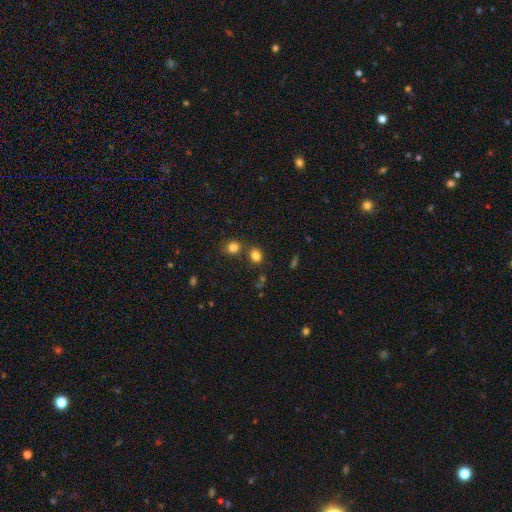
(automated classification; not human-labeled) smooth_or_featured: smooth (p=0.81) [alt: star or artifact p=0.14]
how_rounded: round (p=0.62) [alt: in between p=0.37]
merging: none (p=0.69) [alt: merger p=0.18]